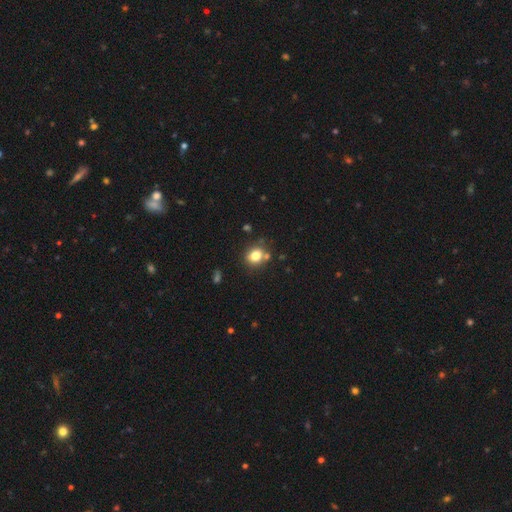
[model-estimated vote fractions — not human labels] A smooth galaxy with no disk features (80%) that is round (65%).

Vote fractions:
- Smooth or featured? smooth: 80% / star or artifact: 11% / featured or disk: 9%
- How rounded? round: 65% / in between: 34% / cigar-shaped: 1%
- Merging? none: 71% / minor disturbance: 14% / merger: 11% / major disturbance: 4%